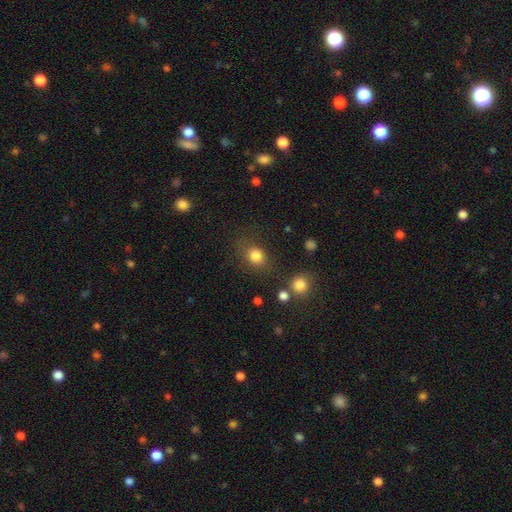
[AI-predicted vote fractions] A smooth galaxy with no disk features (82%) that is round (66%). Merging: none (71%).